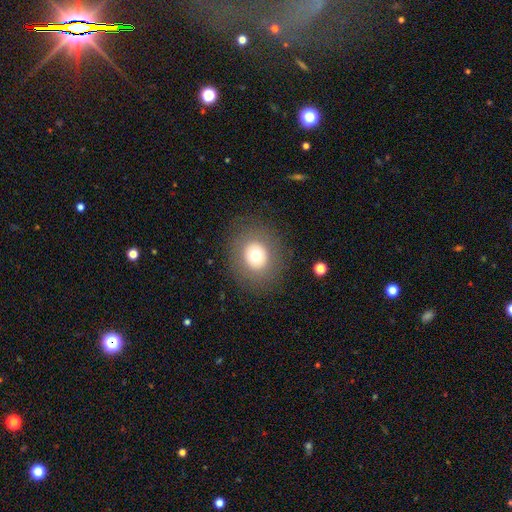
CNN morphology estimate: smooth 70%, featured or disk 18%, star or artifact 13%. Down the decision tree: how rounded — round (80%); merging — none (86%).